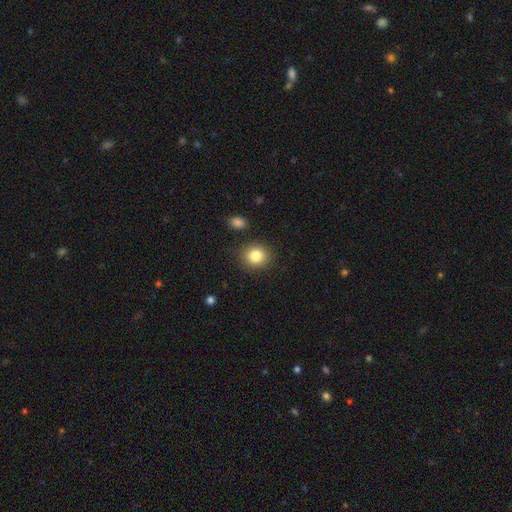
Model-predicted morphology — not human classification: This is clearly a smooth galaxy (84%). How rounded: likely round (77%). Merging: clearly none (86%).